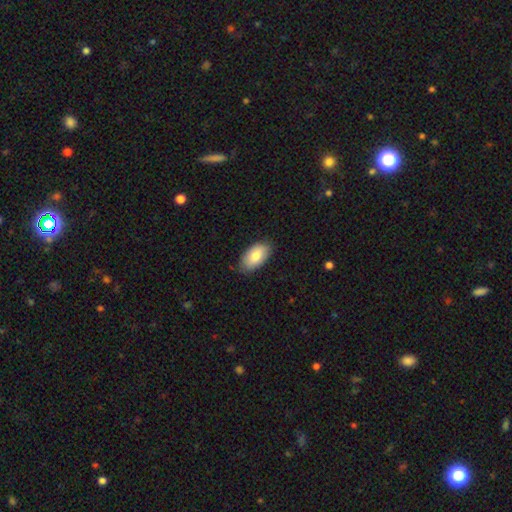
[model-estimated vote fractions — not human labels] Smooth or featured?
  - smooth: 81% *
  - featured or disk: 13%
  - star or artifact: 6%
How rounded?
  - in between: 95% *
  - round: 4%
  - cigar-shaped: 2%
Merging?
  - none: 82% *
  - minor disturbance: 15%
  - major disturbance: 2%
  - merger: 1%